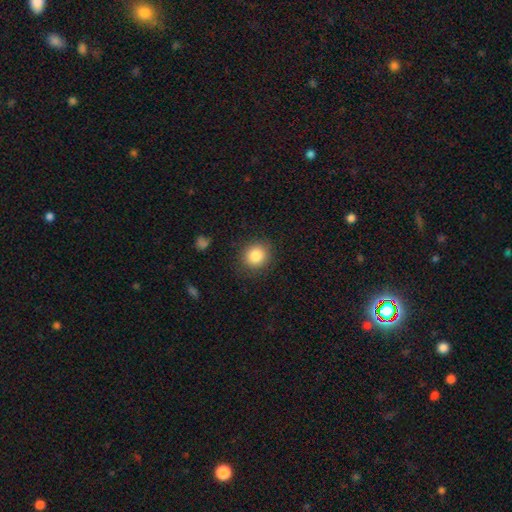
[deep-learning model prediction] Smooth or featured: smooth — 84% (star or artifact — 9%)
How rounded: round — 85% (in between — 15%)
Merging: none — 87% (minor disturbance — 9%)